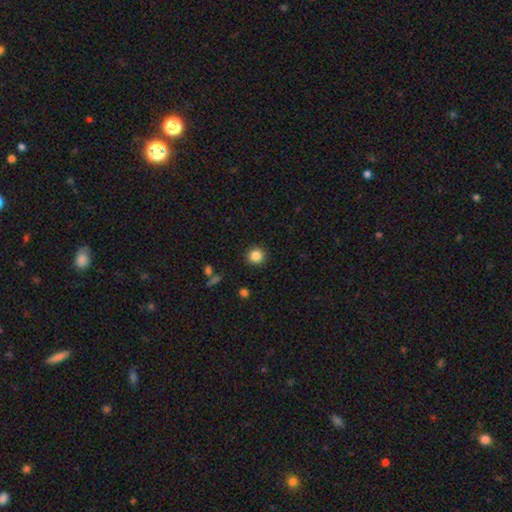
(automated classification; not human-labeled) Smooth or featured? smooth (85%)
How rounded? round (93%)
Merging? none (91%)